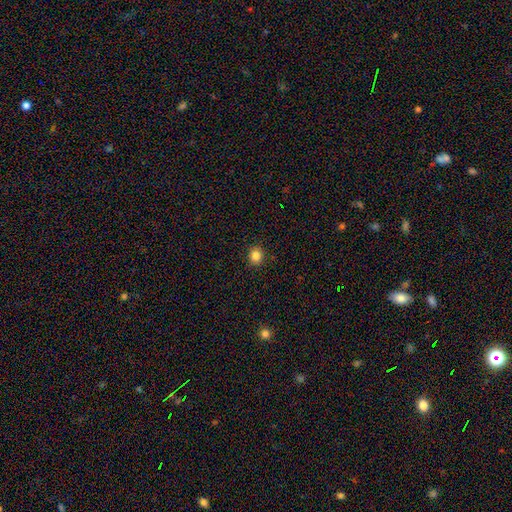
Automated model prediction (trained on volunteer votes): Morphology: type=smooth (84%); roundness=round (81%); merging=none (91%).